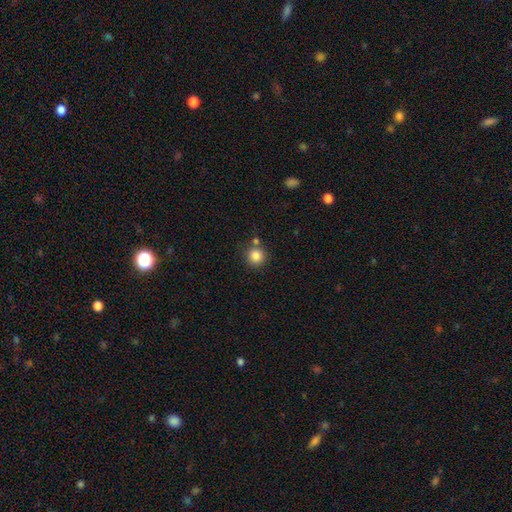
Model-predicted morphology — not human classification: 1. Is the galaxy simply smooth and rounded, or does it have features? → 85% smooth, 10% star or artifact, 5% featured or disk.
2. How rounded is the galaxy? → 93% round, 6% in between, 1% cigar-shaped.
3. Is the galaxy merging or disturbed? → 74% none, 13% merger, 9% minor disturbance, 3% major disturbance.